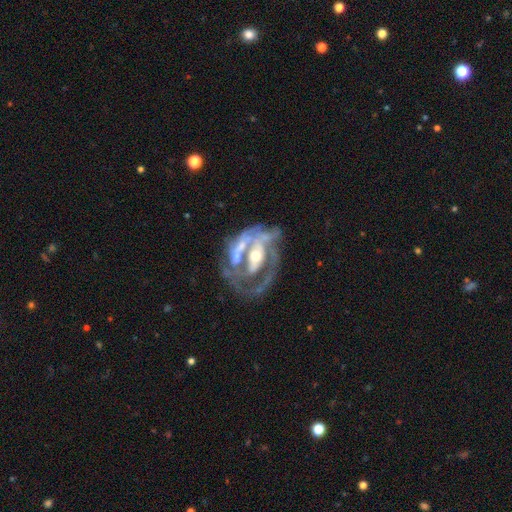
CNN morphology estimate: The model was most divided on "spiral arm count": can't tell: 34%, 2: 32%, 1: 15%, 3: 12%, 4: 4%, more than 4: 3%. Remaining: edge-on disk — no (95%); smooth or featured — featured or disk (82%); spiral arms — yes (71%); bulge size — moderate (58%); spiral winding — tight (46%); bar — no (40%); merging — merger (32%).